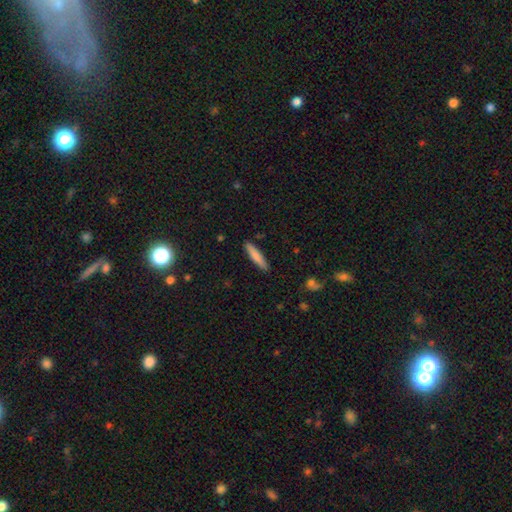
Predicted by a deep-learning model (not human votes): Overall: smooth (77%). How rounded: cigar-shaped (89%). Merging: none (89%).